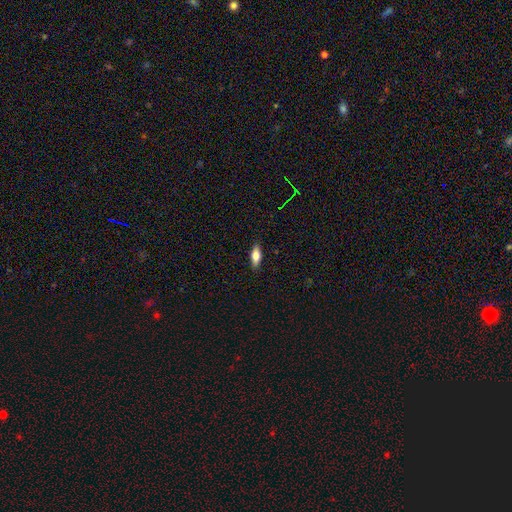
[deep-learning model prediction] Smooth or featured? smooth (68%)
How rounded? in between (71%)
Merging? none (89%)